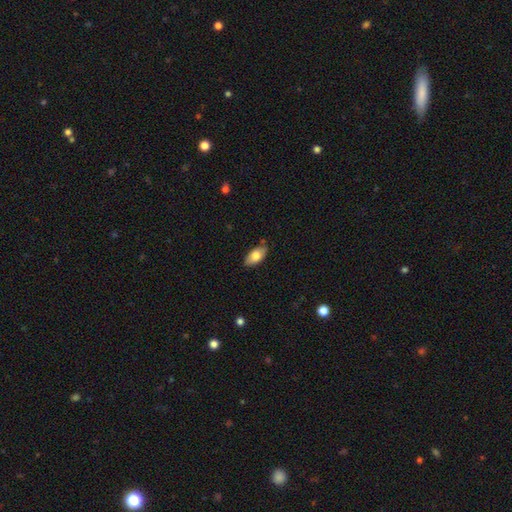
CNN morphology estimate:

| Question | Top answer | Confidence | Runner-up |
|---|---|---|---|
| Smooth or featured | smooth | 77% | featured or disk (17%) |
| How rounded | in between | 92% | cigar-shaped (6%) |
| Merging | none | 81% | minor disturbance (15%) |